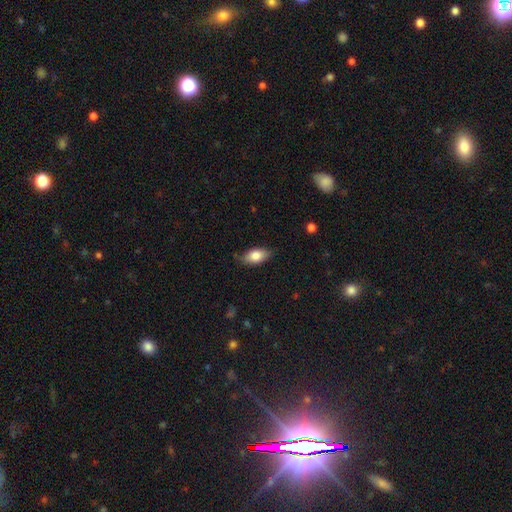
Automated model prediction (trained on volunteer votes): Smooth or featured?
  - smooth: 78% *
  - featured or disk: 15%
  - star or artifact: 7%
How rounded?
  - in between: 89% *
  - cigar-shaped: 7%
  - round: 4%
Merging?
  - none: 78% *
  - minor disturbance: 18%
  - major disturbance: 3%
  - merger: 1%